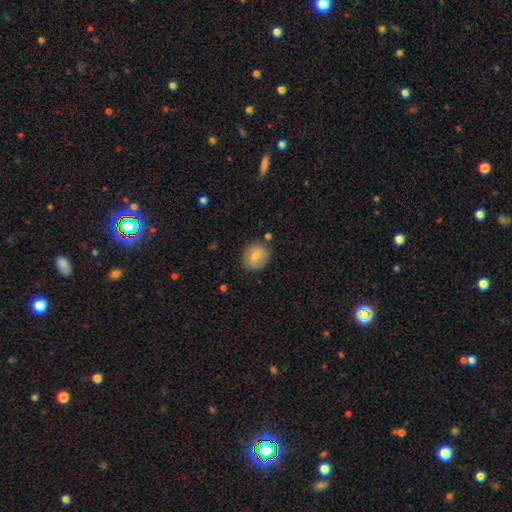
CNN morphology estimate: smooth-or-featured: smooth: 73% | featured or disk: 19% | star or artifact: 8%
  how-rounded: round: 75% | in between: 24% | cigar-shaped: 1%
  merging: none: 80% | minor disturbance: 14% | merger: 3% | major disturbance: 3%